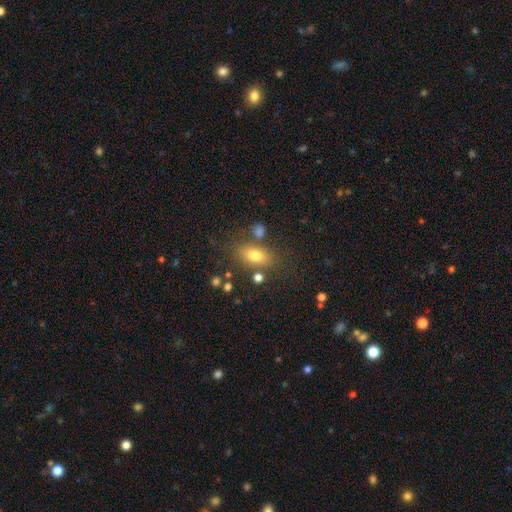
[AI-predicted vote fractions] Smooth or featured? smooth (74%)
How rounded? in between (80%)
Merging? none (72%)